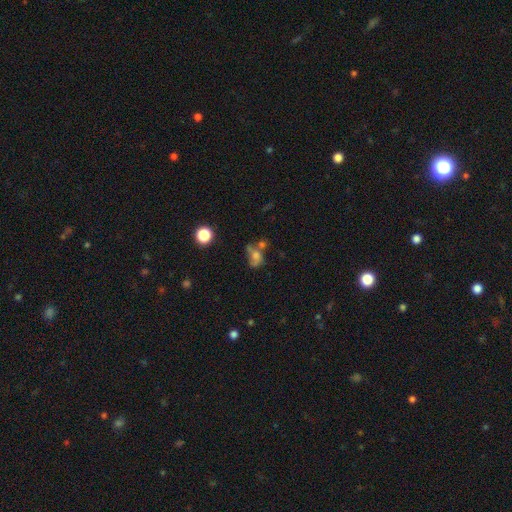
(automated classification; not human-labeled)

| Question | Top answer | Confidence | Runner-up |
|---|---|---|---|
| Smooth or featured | smooth | 53% | featured or disk (29%) |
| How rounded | in between | 56% | round (41%) |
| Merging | merger | 32% | none (27%) |